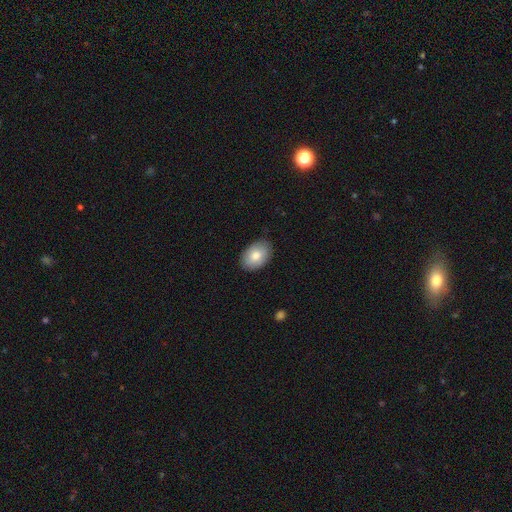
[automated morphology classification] smooth 80%, featured or disk 13%, star or artifact 7%. Down the decision tree: how rounded — in between (86%); merging — none (86%).